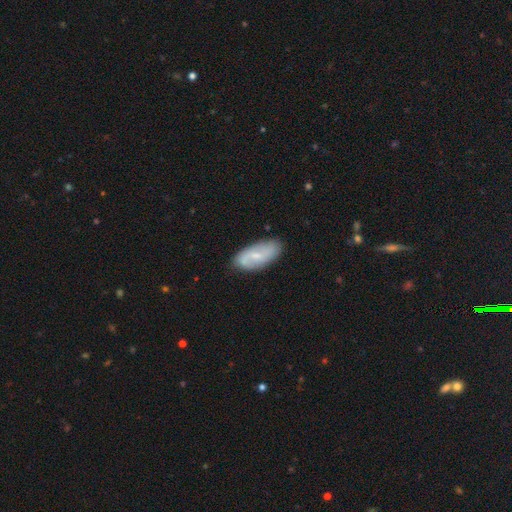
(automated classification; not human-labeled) Q: Smooth or featured?
A: featured or disk (56%); runner-up: smooth (38%)
Q: Edge-on disk?
A: no (93%); runner-up: yes (7%)
Q: Bar?
A: weak (50%); runner-up: no (36%)
Q: Spiral arms?
A: yes (81%); runner-up: no (19%)
Q: Bulge size?
A: small (67%); runner-up: moderate (26%)
Q: Merging?
A: none (82%); runner-up: minor disturbance (13%)